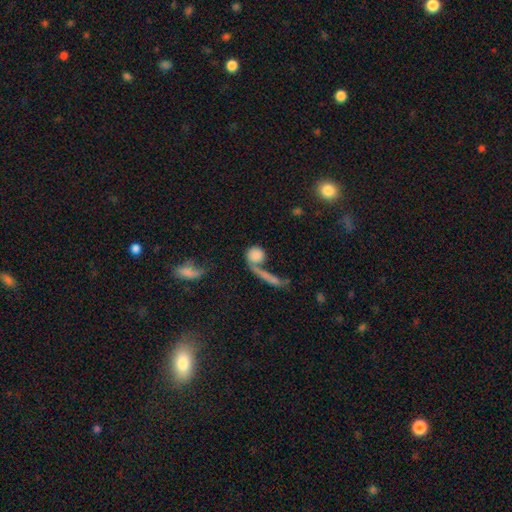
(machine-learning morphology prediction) Overall: smooth (73%). How rounded: round (76%). Merging: merger (40%; none 33%).